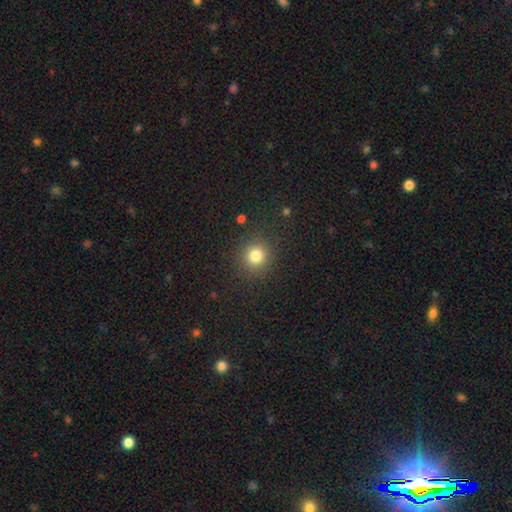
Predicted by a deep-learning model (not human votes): This appears to be a smooth galaxy with no disk features (81%) that is round (91%). Merging: none (88%).